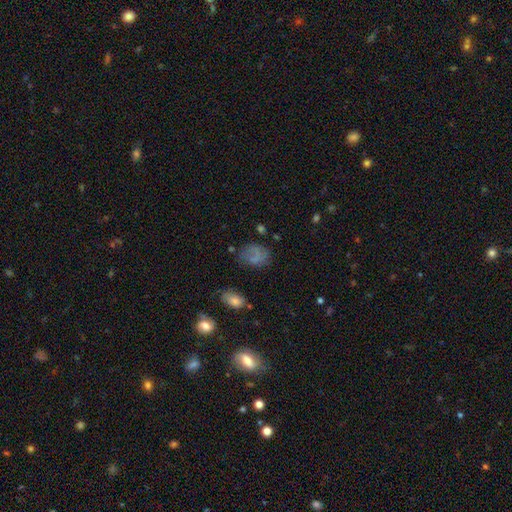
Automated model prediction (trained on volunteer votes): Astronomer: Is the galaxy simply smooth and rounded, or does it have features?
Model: smooth — 63%.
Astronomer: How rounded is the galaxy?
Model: in between — 61% (runner-up: round, 38%).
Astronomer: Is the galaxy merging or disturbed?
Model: none — 53%.